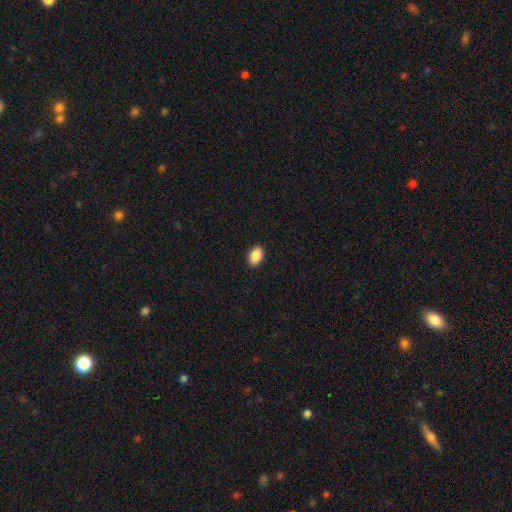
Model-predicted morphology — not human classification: Smooth or featured? Predicted: smooth (p=0.89). How rounded? Predicted: in between (p=0.90). Merging? Predicted: none (p=0.91).